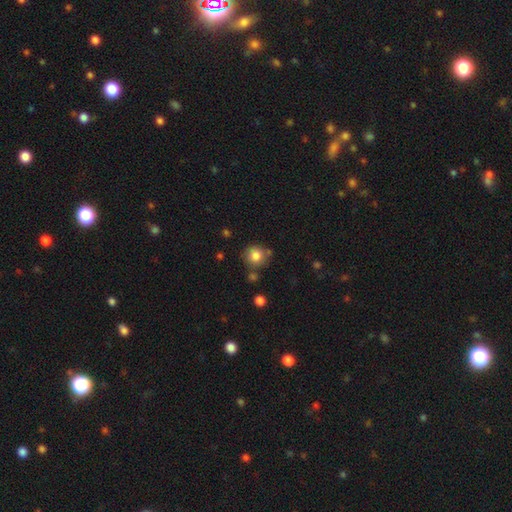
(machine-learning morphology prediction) This appears to be a smooth galaxy with no disk features (82%) that is round (87%). Merging: none (74%).